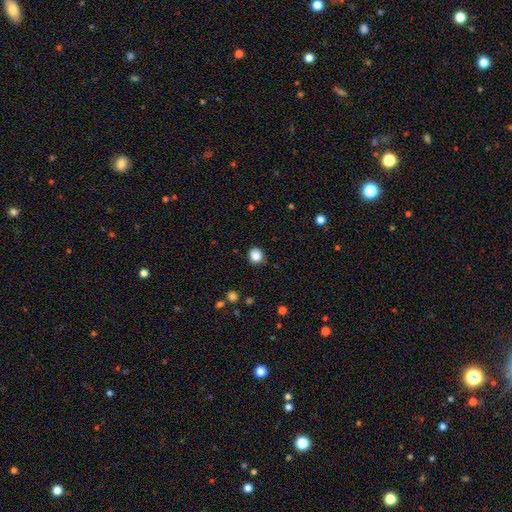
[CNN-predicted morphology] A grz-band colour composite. It shows a smooth galaxy with no disk features (86%) that is round (85%). Merging: none (86%).